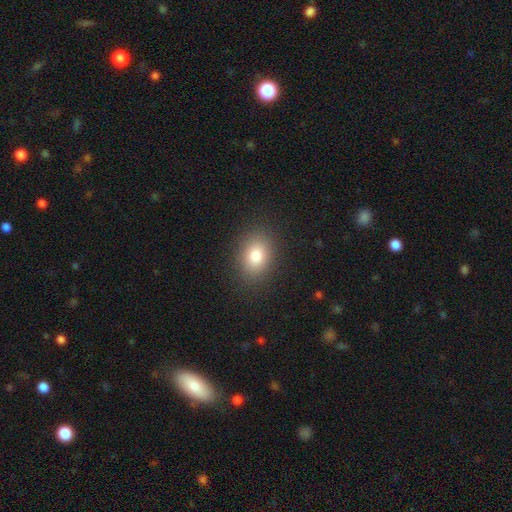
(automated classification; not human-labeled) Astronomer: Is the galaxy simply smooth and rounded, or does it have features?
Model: smooth — 80%.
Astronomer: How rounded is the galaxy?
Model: in between — 59% (runner-up: round, 40%).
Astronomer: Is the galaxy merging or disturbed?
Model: none — 89%.